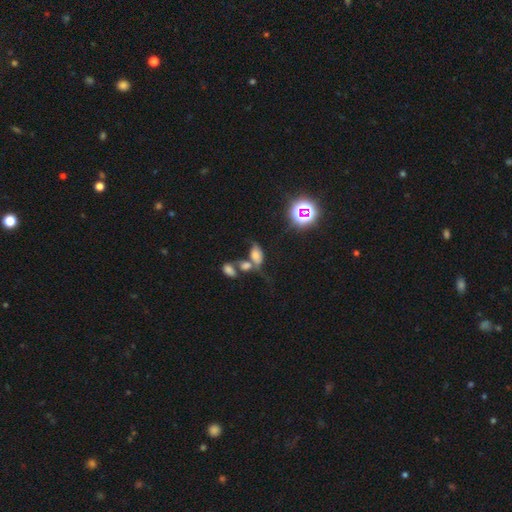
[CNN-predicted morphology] smooth 58%, featured or disk 21%, star or artifact 21%. Down the decision tree: how rounded — in between (88%); merging — merger (46%).